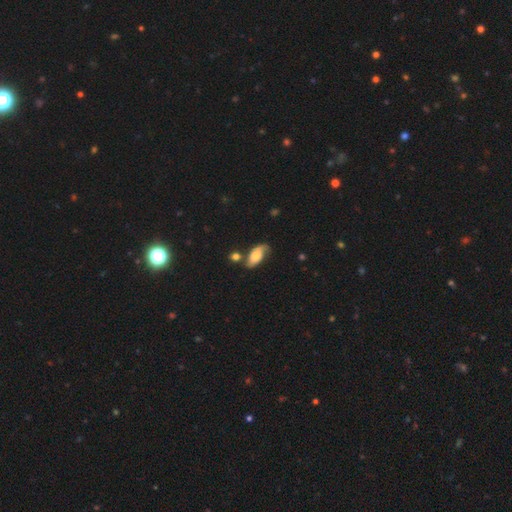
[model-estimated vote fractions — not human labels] Smooth or featured?
  - smooth: 58% *
  - featured or disk: 34%
  - star or artifact: 7%
How rounded?
  - in between: 88% *
  - cigar-shaped: 9%
  - round: 4%
Merging?
  - none: 53% *
  - minor disturbance: 26%
  - merger: 12%
  - major disturbance: 8%